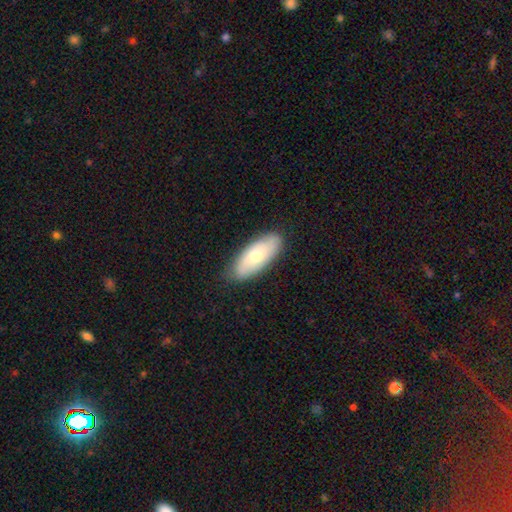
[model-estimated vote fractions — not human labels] Smooth or featured? Predicted: smooth (p=0.62). How rounded? Predicted: in between (p=0.82). Merging? Predicted: none (p=0.85).